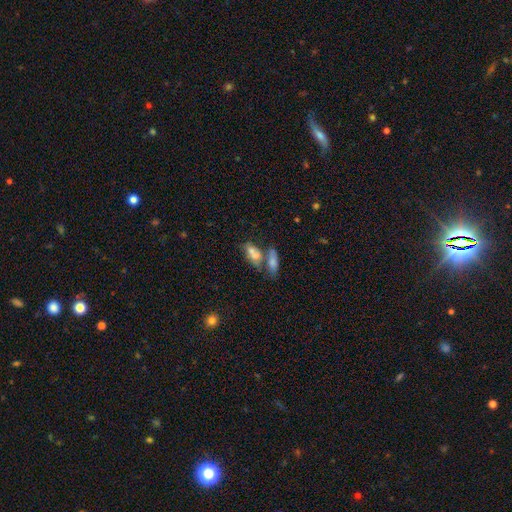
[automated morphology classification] Smooth or featured? Predicted: smooth (p=0.63). How rounded? Predicted: in between (p=0.77). Merging? Predicted: merger (p=0.55).